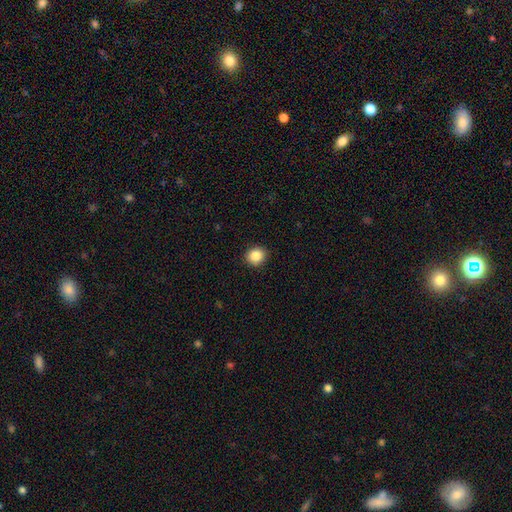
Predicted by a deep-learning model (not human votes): This appears to be a smooth galaxy with no disk features (86%) that is round (82%). Merging: none (91%).